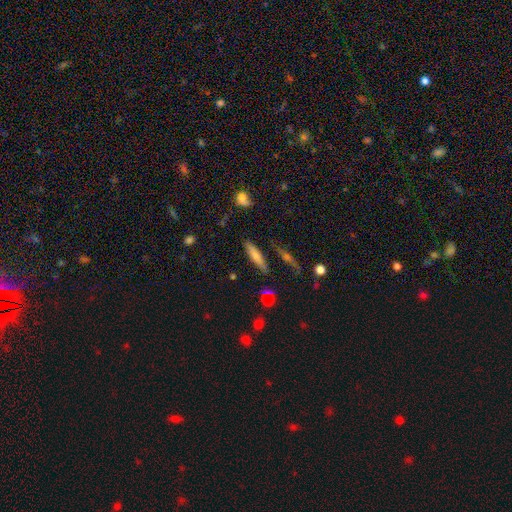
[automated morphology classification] Smooth or featured: smooth — 65% (featured or disk — 26%)
How rounded: cigar-shaped — 75% (in between — 22%)
Merging: none — 76% (minor disturbance — 15%)